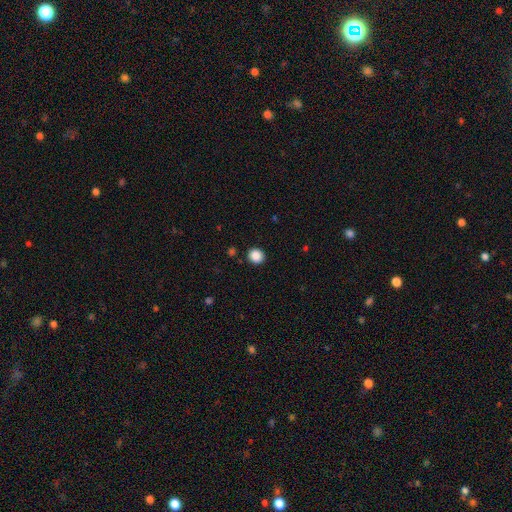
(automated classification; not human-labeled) Smooth or featured? Predicted: smooth (p=0.88). How rounded? Predicted: round (p=0.85). Merging? Predicted: none (p=0.91).